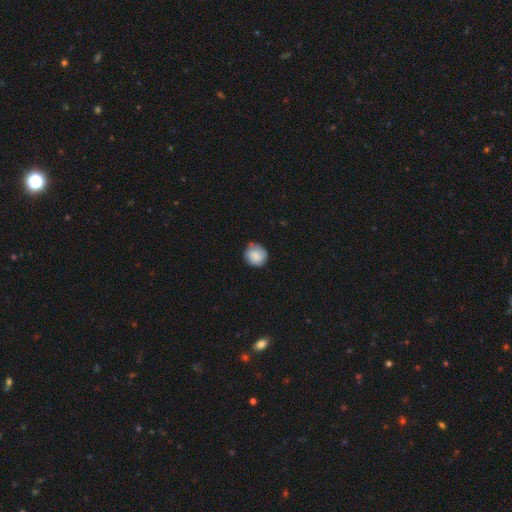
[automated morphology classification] smooth 78%, featured or disk 15%, star or artifact 7%. Down the decision tree: how rounded — round (87%); merging — none (76%).